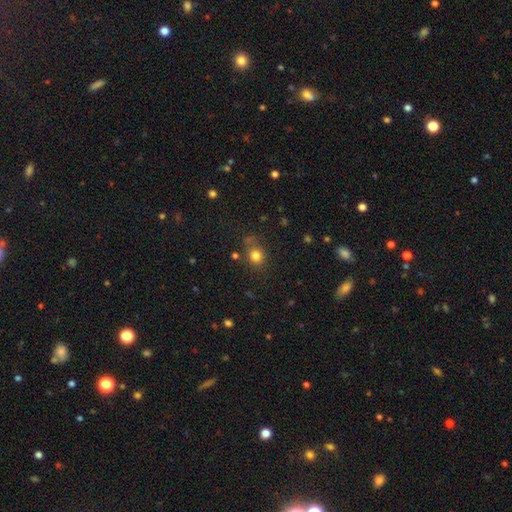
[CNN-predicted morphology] This appears to be a smooth galaxy with no disk features (79%) that is round (79%). Merging: none (74%).